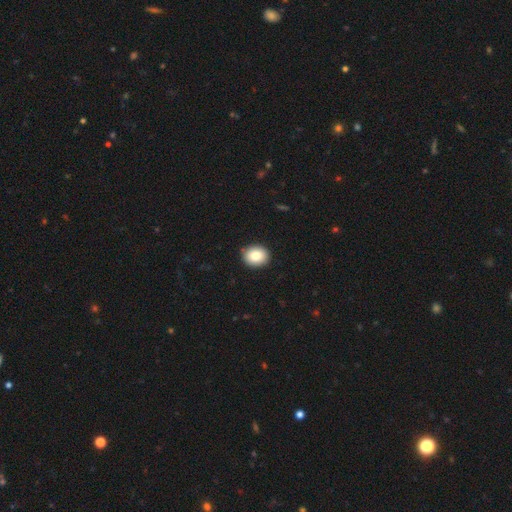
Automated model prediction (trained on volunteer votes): This is clearly a smooth galaxy (84%). How rounded: likely round (63%). Merging: clearly none (89%).